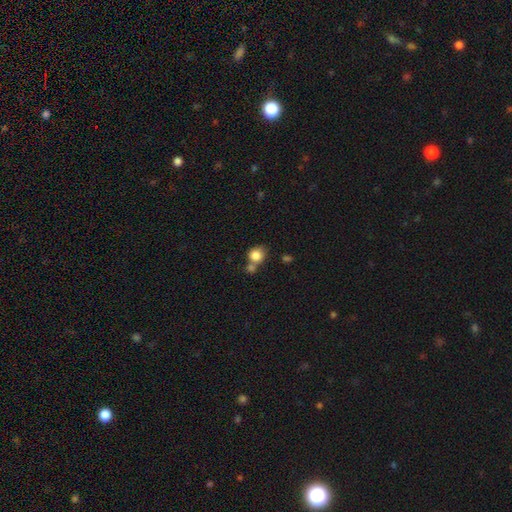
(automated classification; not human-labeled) This appears to be a smooth galaxy with no disk features (84%) that is round (82%). Merging: none (51%).